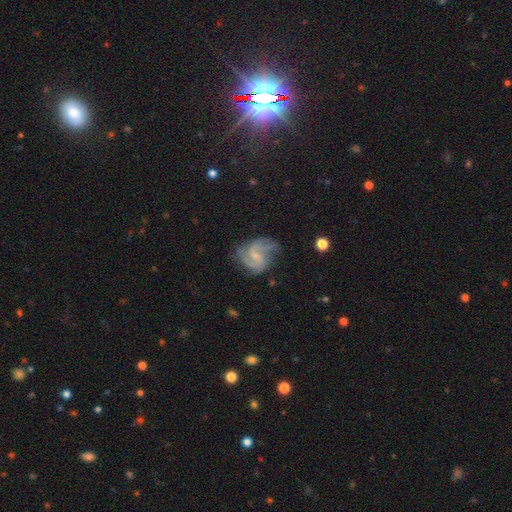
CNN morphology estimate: The model was most divided on "bar": weak: 51%, no: 37%, strong: 12%. More confident: edge-on disk — no (98%); spiral arms — yes (96%); smooth or featured — featured or disk (84%); bulge size — small (72%); spiral arm count — 2 (61%); merging — none (57%); spiral winding — medium (53%).